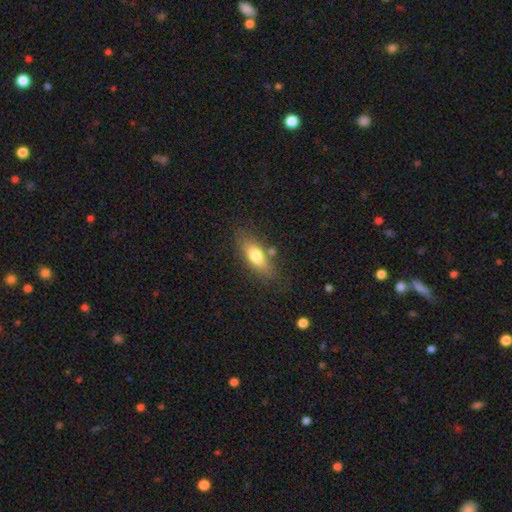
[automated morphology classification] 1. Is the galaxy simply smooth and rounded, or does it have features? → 72% smooth, 20% featured or disk, 8% star or artifact.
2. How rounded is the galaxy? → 73% in between, 23% cigar-shaped, 4% round.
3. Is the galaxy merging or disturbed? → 73% none, 17% minor disturbance, 6% merger, 5% major disturbance.